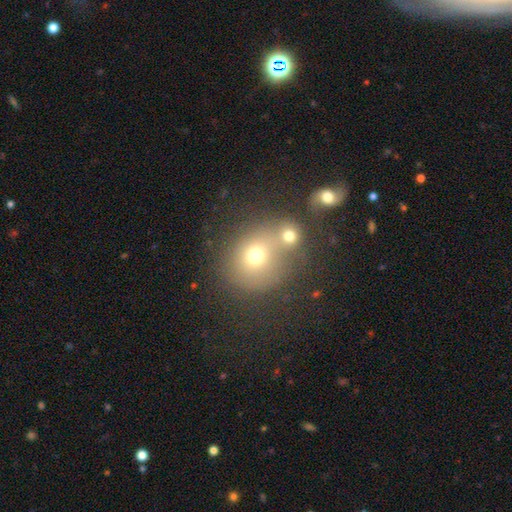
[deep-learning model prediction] smooth_or_featured: smooth (p=0.66) [alt: featured or disk p=0.17]
how_rounded: round (p=0.78) [alt: in between p=0.21]
merging: merger (p=0.43) [alt: none p=0.41]